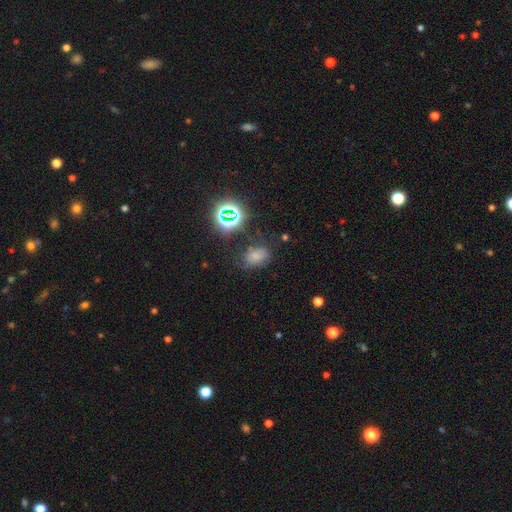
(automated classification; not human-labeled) A smooth galaxy with no disk features (63%) that is in between round and cigar-shaped (80%). Merging: none (63%).